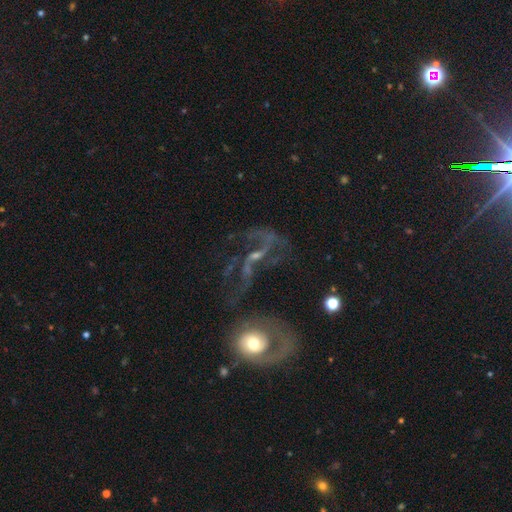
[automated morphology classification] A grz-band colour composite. It shows a featured or disk galaxy (74%) with no bar (47%), 2 (71%) loose (72%) spiral arms (74%) and a small central bulge (51%). Merging: major disturbance (36%).